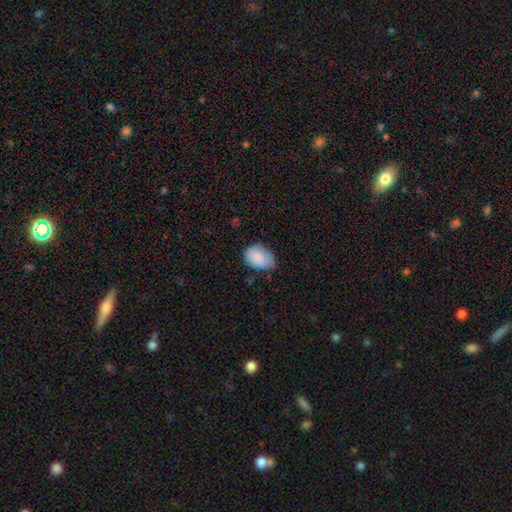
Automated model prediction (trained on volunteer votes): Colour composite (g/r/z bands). It shows a smooth galaxy with no disk features (84%) that is in between round and cigar-shaped (81%). Merging: none (53%).